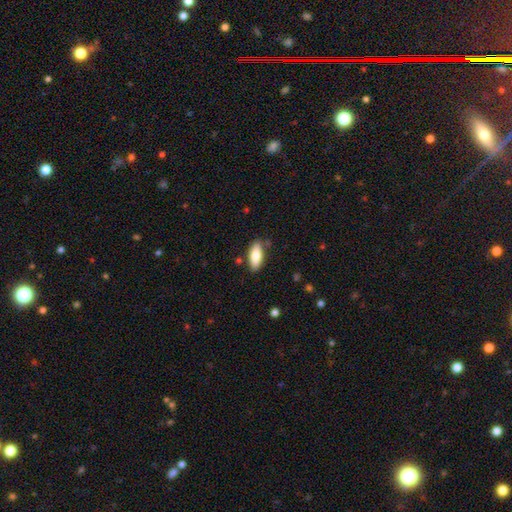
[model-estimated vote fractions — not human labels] The model was most divided on "how rounded": in between: 78%, cigar-shaped: 20%, round: 2%. More confident: merging — none (80%); smooth or featured — smooth (79%).